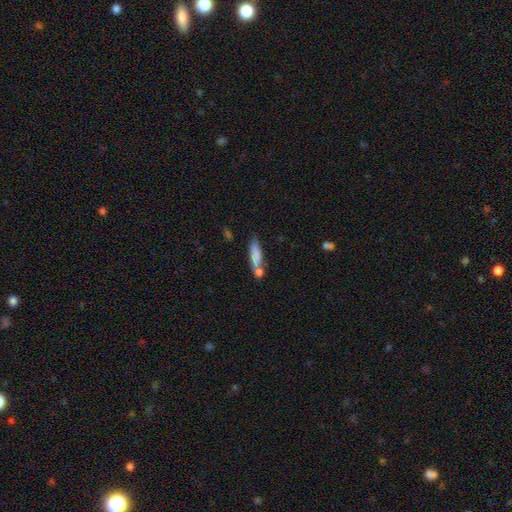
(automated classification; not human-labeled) A smooth galaxy with no disk features (76%) that is cigar-shaped (69%). Merging: none (53%).